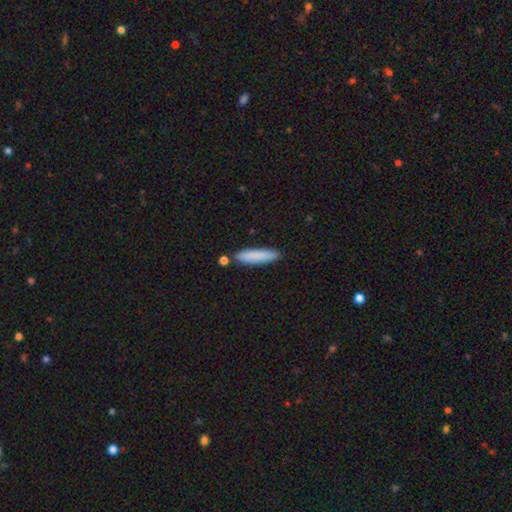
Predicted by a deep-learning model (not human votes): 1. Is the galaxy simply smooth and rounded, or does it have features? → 84% smooth, 10% featured or disk, 6% star or artifact.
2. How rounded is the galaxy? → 82% cigar-shaped, 17% in between, 1% round.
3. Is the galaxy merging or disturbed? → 82% none, 11% minor disturbance, 5% merger, 2% major disturbance.